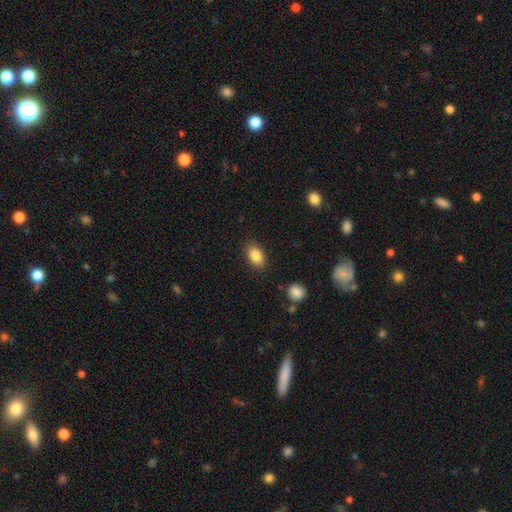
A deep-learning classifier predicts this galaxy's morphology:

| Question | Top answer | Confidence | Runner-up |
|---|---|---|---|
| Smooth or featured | smooth | 86% | star or artifact (8%) |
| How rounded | in between | 87% | round (11%) |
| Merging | none | 86% | minor disturbance (10%) |